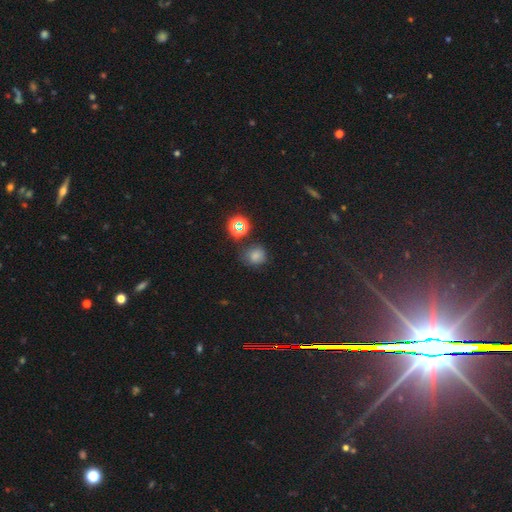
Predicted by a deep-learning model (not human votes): A smooth galaxy with no disk features (69%) that is round (78%).

Vote fractions:
- Smooth or featured? smooth: 69% / star or artifact: 24% / featured or disk: 7%
- How rounded? round: 78% / in between: 21% / cigar-shaped: 1%
- Merging? none: 67% / minor disturbance: 20% / major disturbance: 7% / merger: 6%